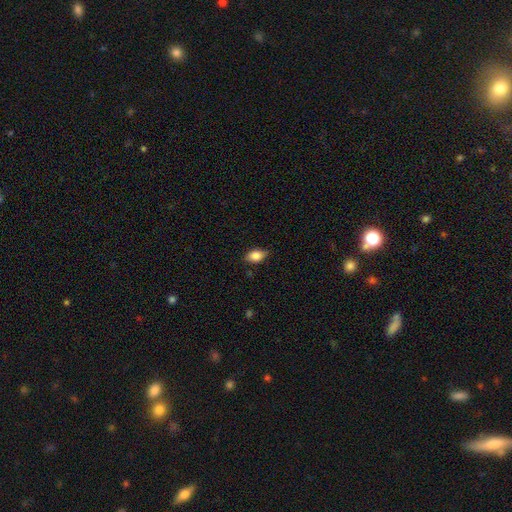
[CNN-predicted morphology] The model was most divided on "merging": none: 80%, minor disturbance: 16%, major disturbance: 3%, merger: 1%. More confident: how rounded — in between (86%); smooth or featured — smooth (85%).